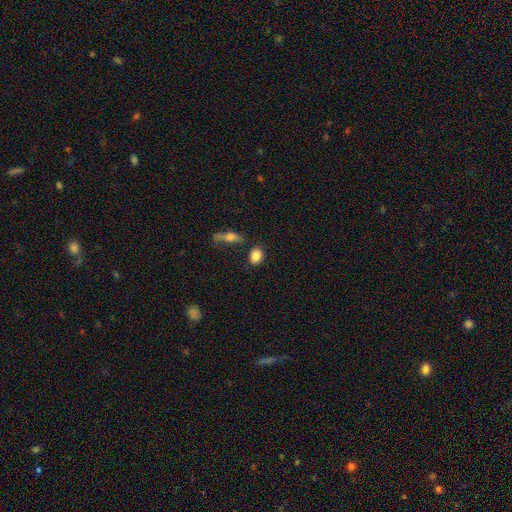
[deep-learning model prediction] A smooth galaxy with no disk features (86%) that is in between round and cigar-shaped (54%).

Vote fractions:
- Smooth or featured? smooth: 86% / star or artifact: 8% / featured or disk: 7%
- How rounded? in between: 54% / round: 44% / cigar-shaped: 3%
- Merging? none: 78% / minor disturbance: 12% / merger: 7% / major disturbance: 3%